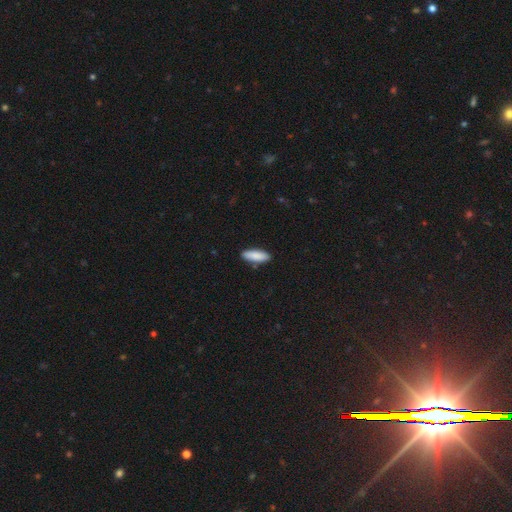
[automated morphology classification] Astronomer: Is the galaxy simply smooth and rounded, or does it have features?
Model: smooth — 88%.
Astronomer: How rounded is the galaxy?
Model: in between — 58% (runner-up: cigar-shaped, 40%).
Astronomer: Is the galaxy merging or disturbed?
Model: none — 88%.